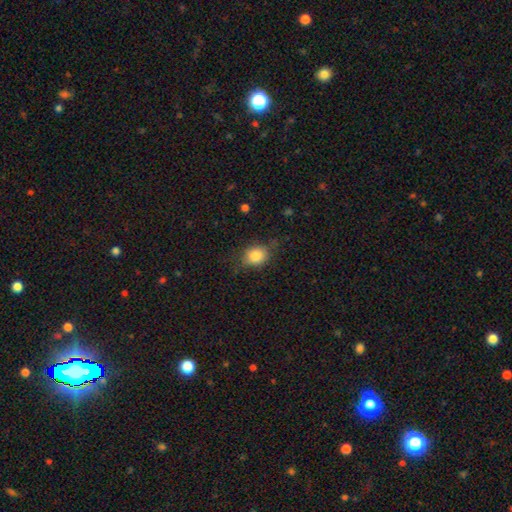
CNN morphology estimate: Q: Smooth or featured?
A: smooth (83%); runner-up: star or artifact (9%)
Q: How rounded?
A: round (54%); runner-up: in between (45%)
Q: Merging?
A: none (72%); runner-up: minor disturbance (21%)